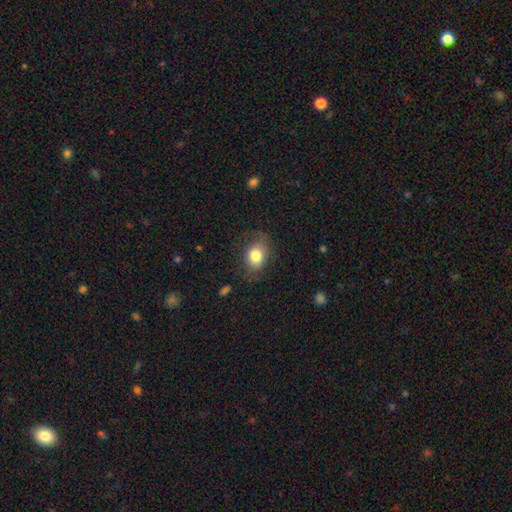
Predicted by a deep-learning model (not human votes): Smooth or featured? smooth (79%)
How rounded? in between (64%)
Merging? none (69%)